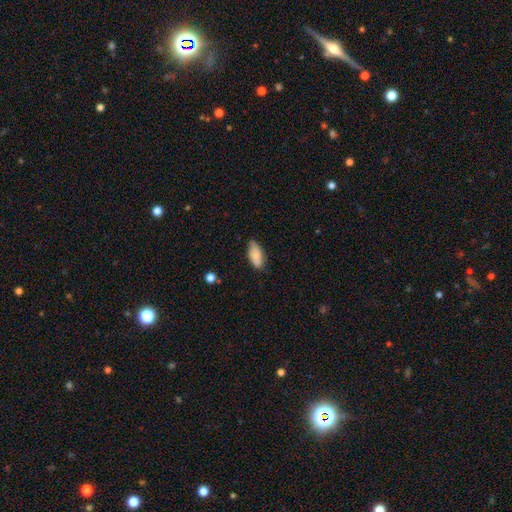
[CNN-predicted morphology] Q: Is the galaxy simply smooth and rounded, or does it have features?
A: smooth — 83%.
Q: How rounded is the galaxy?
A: in between — 91%.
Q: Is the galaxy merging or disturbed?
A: none — 73%.